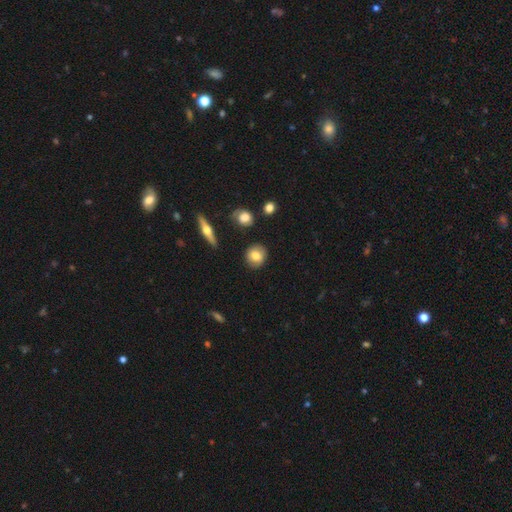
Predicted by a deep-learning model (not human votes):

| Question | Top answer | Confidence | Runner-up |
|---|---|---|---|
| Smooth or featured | smooth | 75% | featured or disk (17%) |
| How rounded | round | 80% | in between (18%) |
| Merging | none | 87% | minor disturbance (9%) |